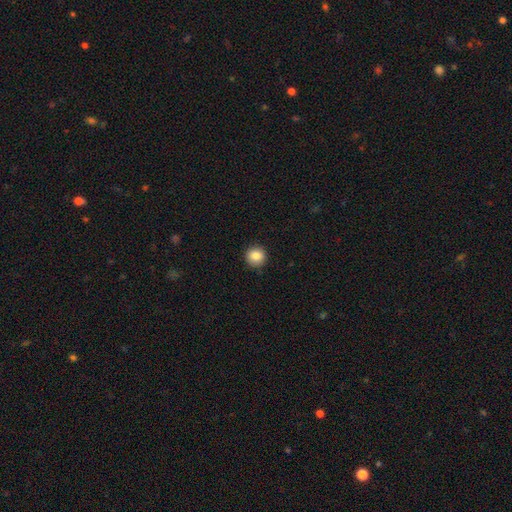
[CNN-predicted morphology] smooth-or-featured: smooth: 86% | star or artifact: 9% | featured or disk: 5%
  how-rounded: round: 93% | in between: 6% | cigar-shaped: 1%
  merging: none: 91% | minor disturbance: 6% | major disturbance: 2% | merger: 1%